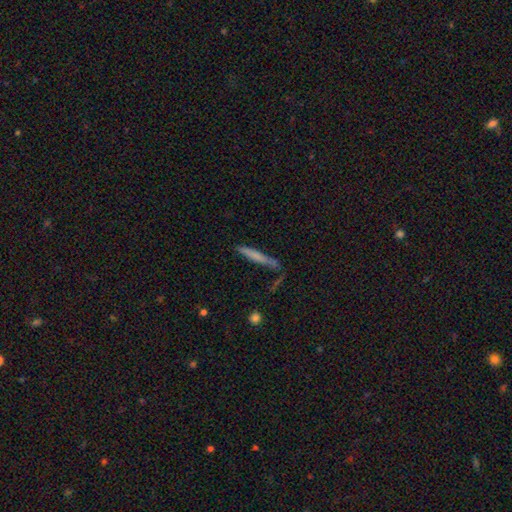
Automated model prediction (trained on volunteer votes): Smooth or featured? Predicted: smooth (p=0.64). How rounded? Predicted: cigar-shaped (p=0.95). Merging? Predicted: none (p=0.72).